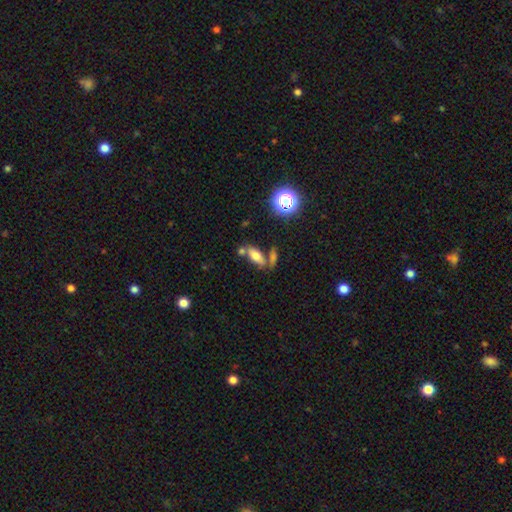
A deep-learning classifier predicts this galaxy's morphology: Smooth or featured: smooth — 68% (featured or disk — 19%)
How rounded: in between — 72% (cigar-shaped — 23%)
Merging: none — 57% (merger — 25%)